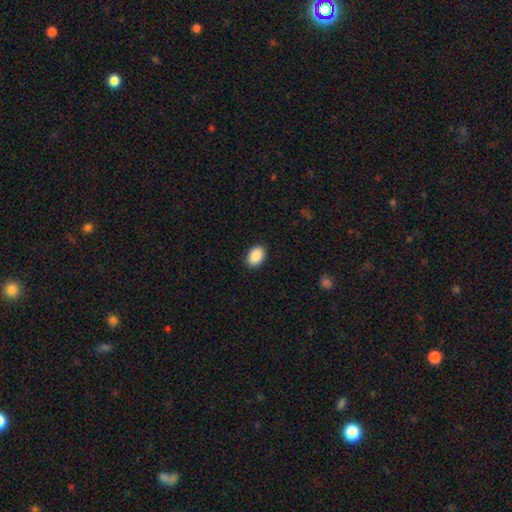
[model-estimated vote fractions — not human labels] A smooth galaxy with no disk features (91%) that is in between round and cigar-shaped (86%). Merging: none (90%).